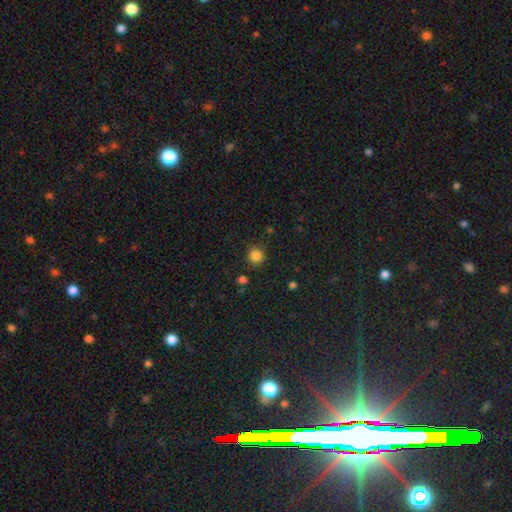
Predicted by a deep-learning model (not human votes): Smooth or featured?
  - smooth: 84% *
  - star or artifact: 12%
  - featured or disk: 3%
How rounded?
  - round: 92% *
  - in between: 7%
  - cigar-shaped: 1%
Merging?
  - none: 85% *
  - minor disturbance: 9%
  - major disturbance: 3%
  - merger: 3%